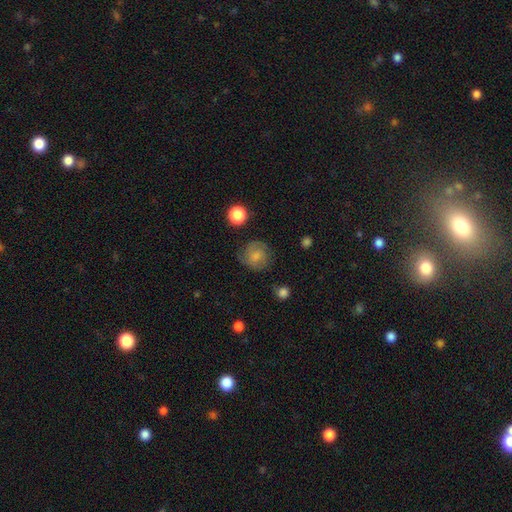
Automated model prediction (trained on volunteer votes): This is possibly a smooth galaxy (60%). How rounded: clearly round (87%). Merging: likely none (72%).